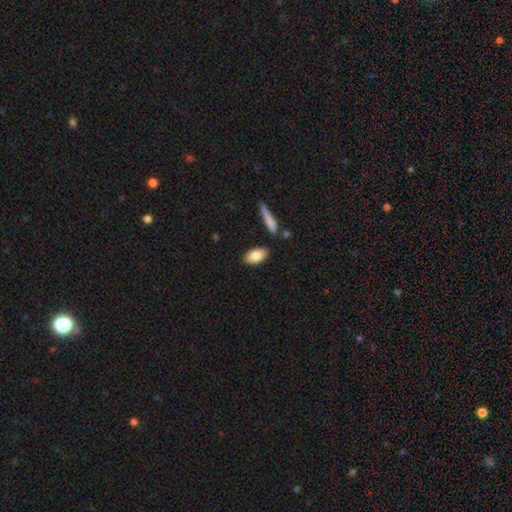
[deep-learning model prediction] Morphology: type=smooth (83%); roundness=in between (89%); merging=none (83%).